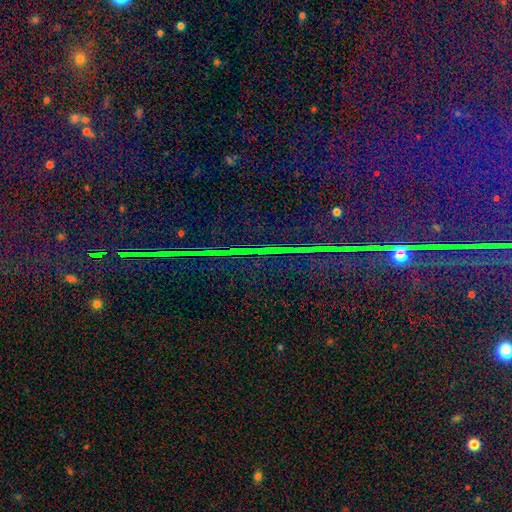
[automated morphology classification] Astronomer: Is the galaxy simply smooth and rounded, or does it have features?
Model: star or artifact — 86%.